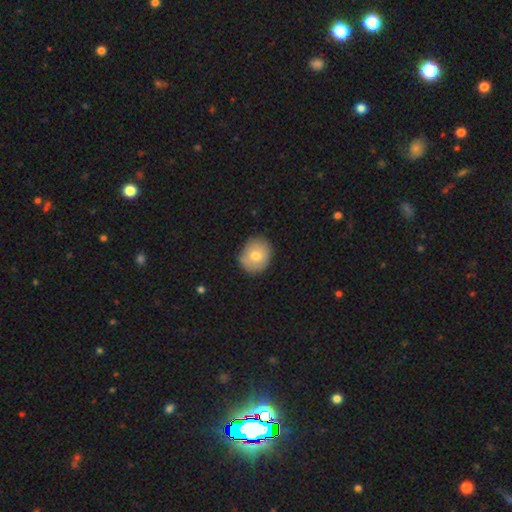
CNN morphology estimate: type=smooth (74%); roundness=round (70%); merging=none (82%).